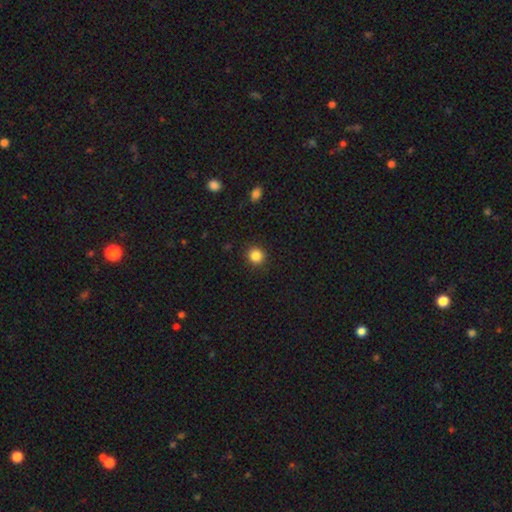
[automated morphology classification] smooth 85%, star or artifact 11%, featured or disk 4%. Down the decision tree: how rounded — round (92%); merging — none (91%).